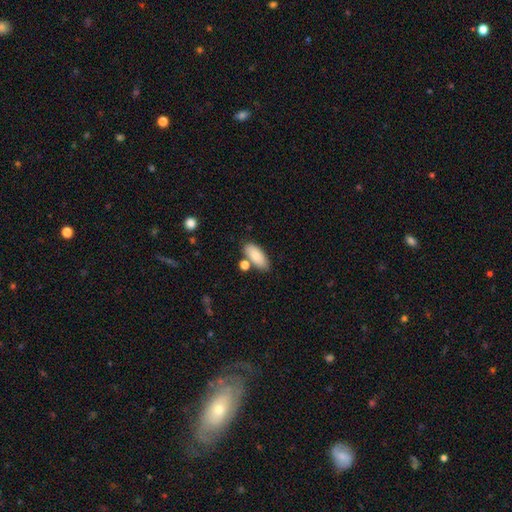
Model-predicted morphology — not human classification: smooth-or-featured: smooth: 82% | featured or disk: 12% | star or artifact: 7%
  how-rounded: in between: 86% | cigar-shaped: 11% | round: 3%
  merging: none: 72% | merger: 13% | minor disturbance: 13% | major disturbance: 3%